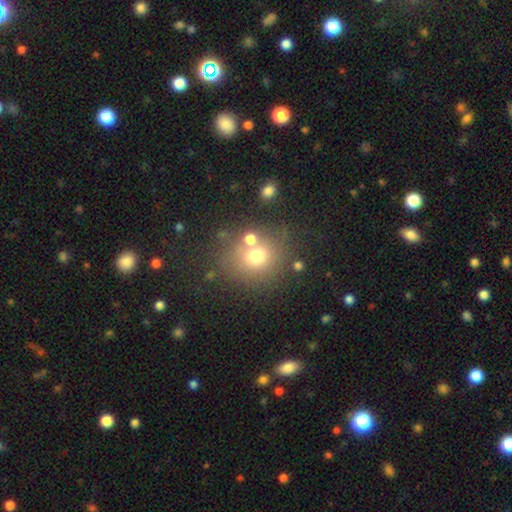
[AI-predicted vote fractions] Smooth or featured: smooth — 68% (star or artifact — 17%)
How rounded: round — 81% (in between — 18%)
Merging: none — 65% (merger — 16%)